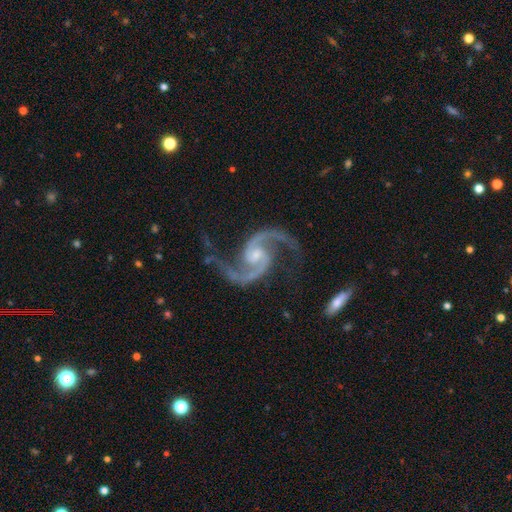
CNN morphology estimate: This appears to be a featured or disk galaxy (95%) with no bar (48%), 2 (95%) medium (57%) spiral arms (99%) and a small central bulge (49%). Merging: none (73%).